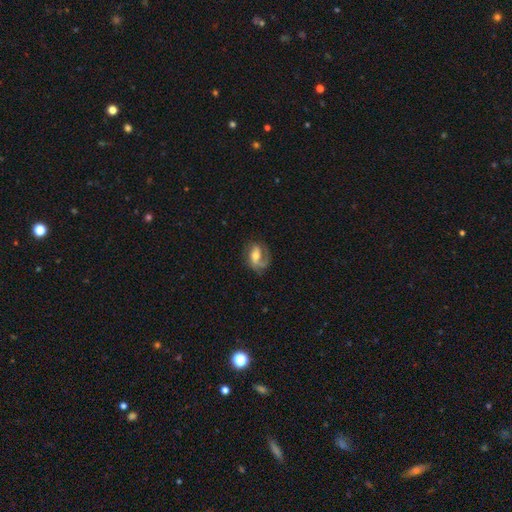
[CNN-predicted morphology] smooth_or_featured: featured or disk (p=0.69) [alt: smooth p=0.24]
disk_edge_on: no (p=0.96) [alt: yes p=0.04]
bar: weak (p=0.40) [alt: no p=0.35]
has_spiral_arms: yes (p=0.88) [alt: no p=0.12]
spiral_winding: medium (p=0.44) [alt: loose p=0.31]
spiral_arm_count: 2 (p=0.46) [alt: 1 p=0.39]
bulge_size: moderate (p=0.61) [alt: small p=0.27]
merging: none (p=0.58) [alt: minor disturbance p=0.21]